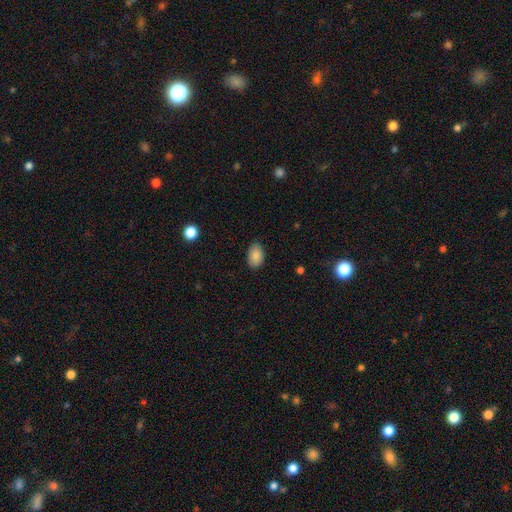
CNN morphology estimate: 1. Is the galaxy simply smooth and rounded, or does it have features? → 88% smooth, 8% star or artifact, 5% featured or disk.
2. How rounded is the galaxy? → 89% in between, 10% round, 1% cigar-shaped.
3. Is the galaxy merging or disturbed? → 84% none, 12% minor disturbance, 2% major disturbance, 1% merger.